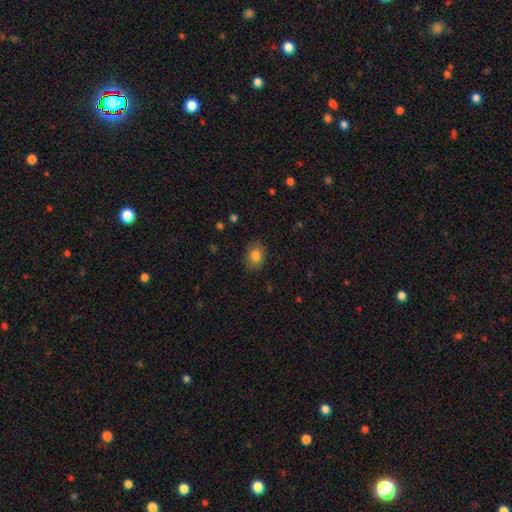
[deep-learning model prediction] smooth-or-featured: smooth: 82% | star or artifact: 9% | featured or disk: 9%
  how-rounded: in between: 62% | round: 37% | cigar-shaped: 1%
  merging: none: 84% | minor disturbance: 12% | major disturbance: 3% | merger: 1%